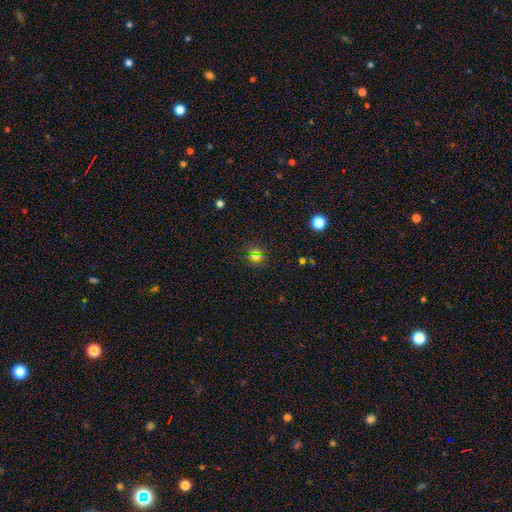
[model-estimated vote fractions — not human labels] star or artifact 52%, smooth 38%, featured or disk 10%.